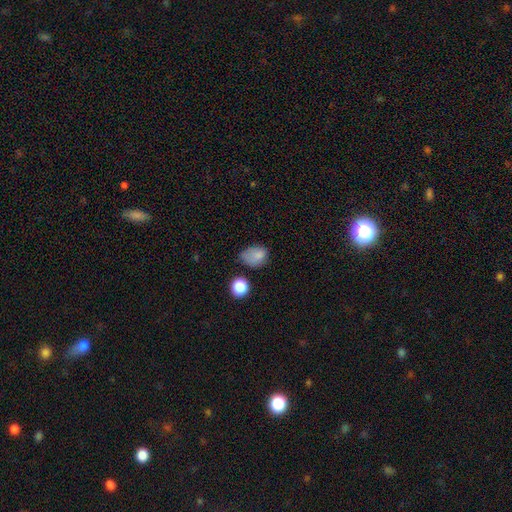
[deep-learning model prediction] smooth_or_featured: smooth (p=0.79) [alt: star or artifact p=0.12]
how_rounded: in between (p=0.70) [alt: round p=0.28]
merging: minor disturbance (p=0.37) [tied with: none p=0.37]